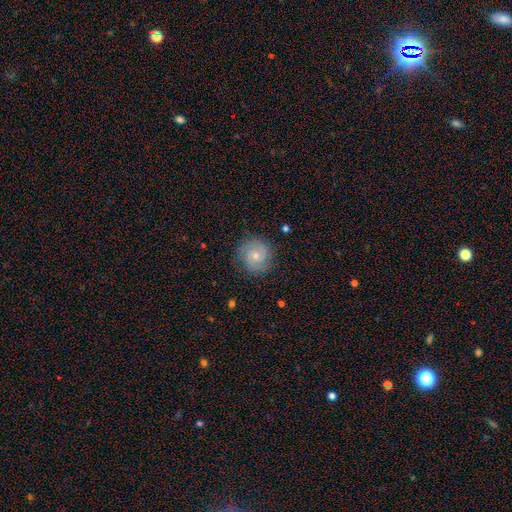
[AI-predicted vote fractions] A featured or disk galaxy (55%) with no bar (74%), spiral arms (86%) and a small central bulge (50%). Merging: none (83%).